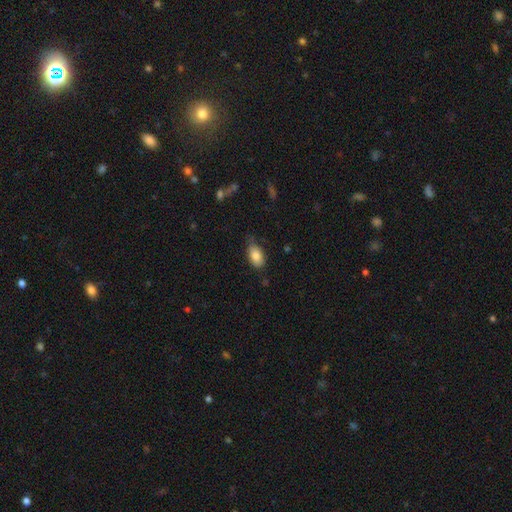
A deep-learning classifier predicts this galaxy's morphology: Overall: smooth (85%). How rounded: in between (92%). Merging: none (63%; minor disturbance 30%).